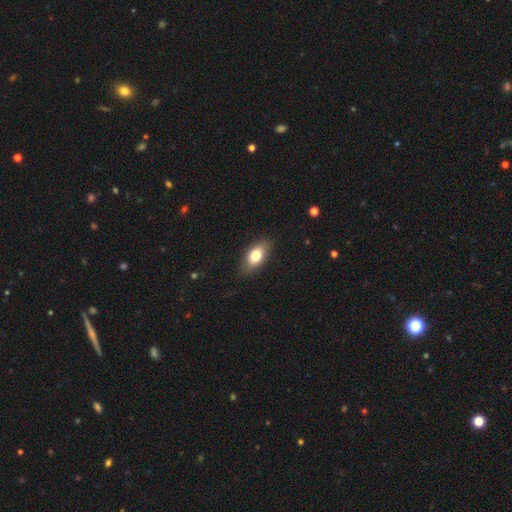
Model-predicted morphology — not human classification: Smooth or featured? smooth (77%)
How rounded? in between (88%)
Merging? none (83%)